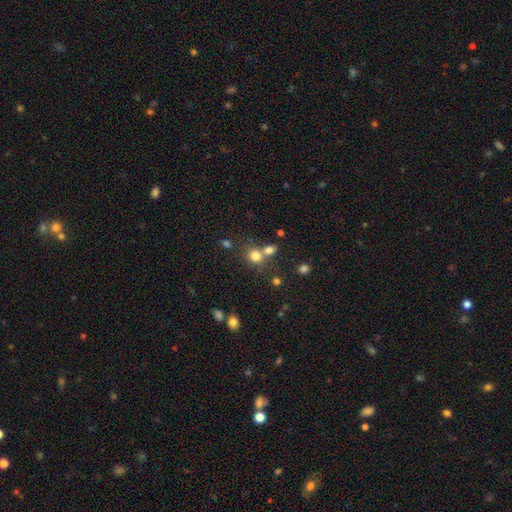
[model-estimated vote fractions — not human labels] Overall: smooth (77%). How rounded: round (75%). Merging: none (49%; merger 38%).